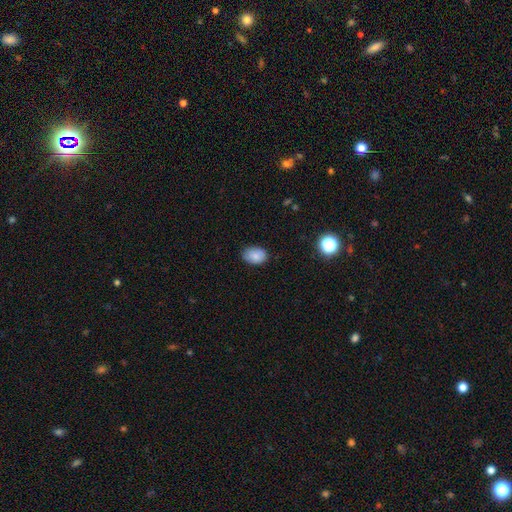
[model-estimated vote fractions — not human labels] Overall: smooth (83%). How rounded: in between (81%). Merging: none (79%).